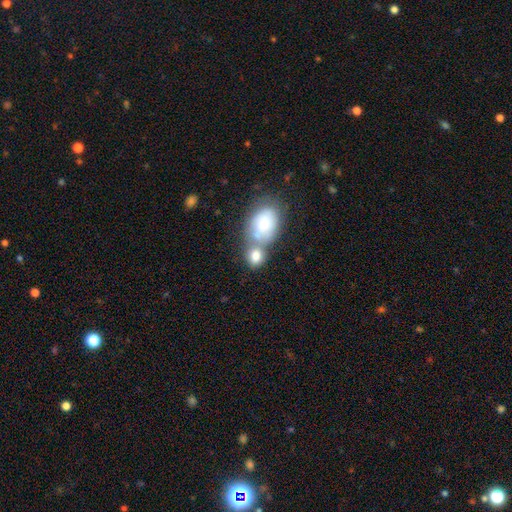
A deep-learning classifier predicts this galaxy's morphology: This appears to be a smooth galaxy with no disk features (79%) that is in between round and cigar-shaped (60%). Merging: merger (51%).